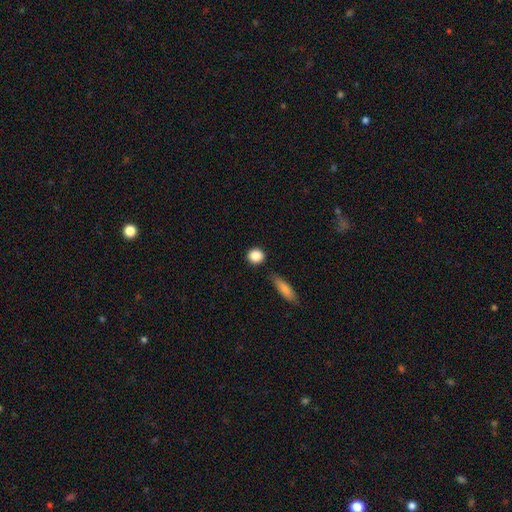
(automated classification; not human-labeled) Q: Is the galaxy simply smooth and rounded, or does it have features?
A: smooth — 87%.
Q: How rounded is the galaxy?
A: round — 84%.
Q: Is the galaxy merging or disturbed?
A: none — 83%.